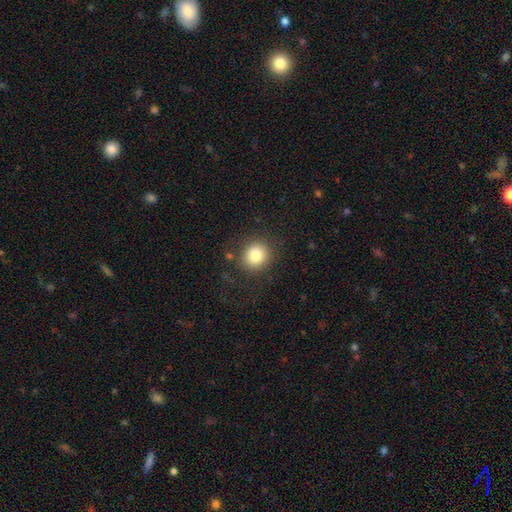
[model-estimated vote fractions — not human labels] This is clearly a smooth galaxy (81%). How rounded: clearly round (85%). Merging: clearly none (84%).